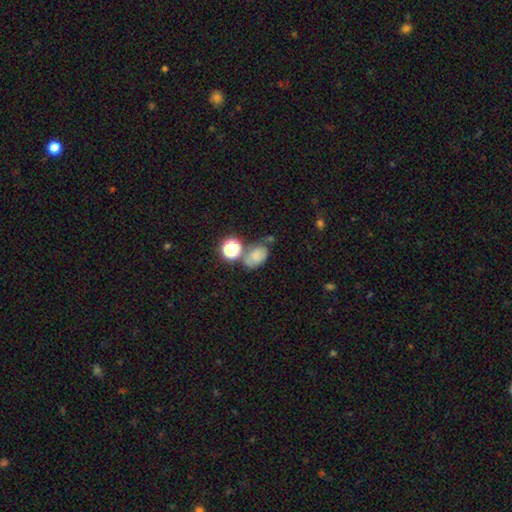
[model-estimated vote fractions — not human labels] This appears to be a smooth galaxy with no disk features (65%) that is in between round and cigar-shaped (76%). Merging: none (49%).